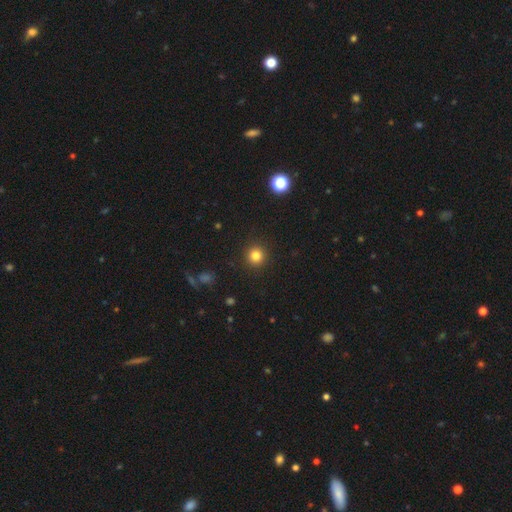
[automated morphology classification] smooth_or_featured: smooth (p=0.82) [alt: star or artifact p=0.13]
how_rounded: round (p=0.94) [alt: in between p=0.05]
merging: none (p=0.92) [alt: minor disturbance p=0.05]